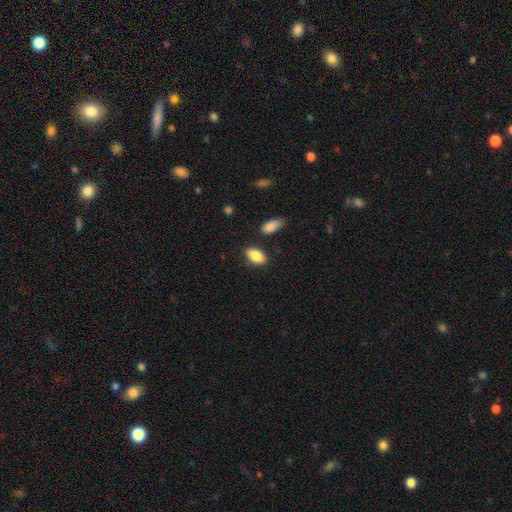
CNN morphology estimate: Smooth or featured? Predicted: smooth (p=0.87). How rounded? Predicted: in between (p=0.91). Merging? Predicted: none (p=0.82).